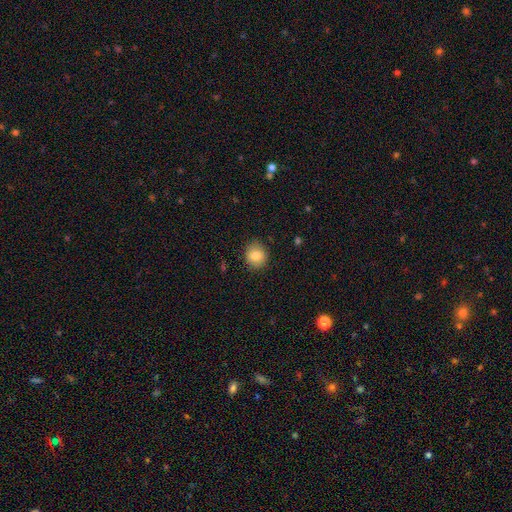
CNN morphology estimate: type=smooth (81%); roundness=round (86%); merging=none (88%).